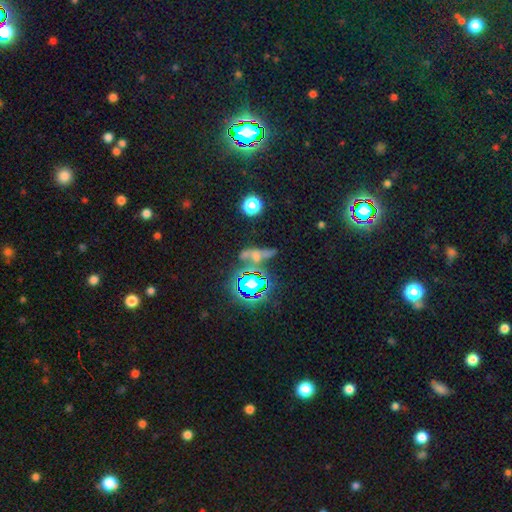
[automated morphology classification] Smooth or featured?
  - star or artifact: 42% *
  - smooth: 31%
  - featured or disk: 27%